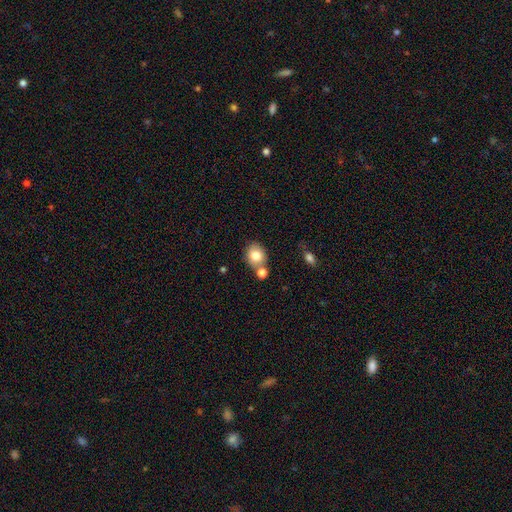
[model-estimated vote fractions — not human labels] Overall: smooth (80%). How rounded: round (52%; in between 46%). Merging: none (60%; merger 23%).